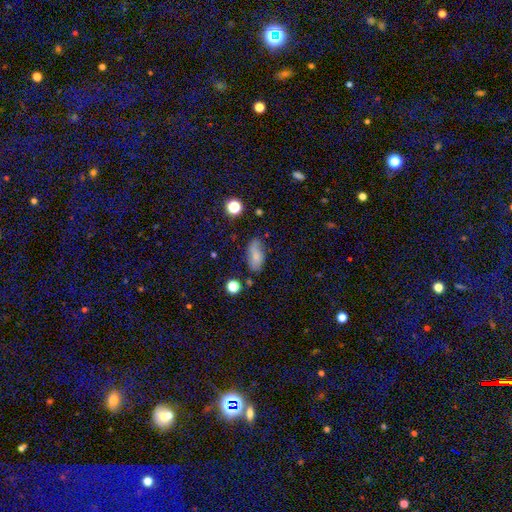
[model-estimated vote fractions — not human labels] Smooth or featured? smooth (75%)
How rounded? in between (87%)
Merging? none (66%)